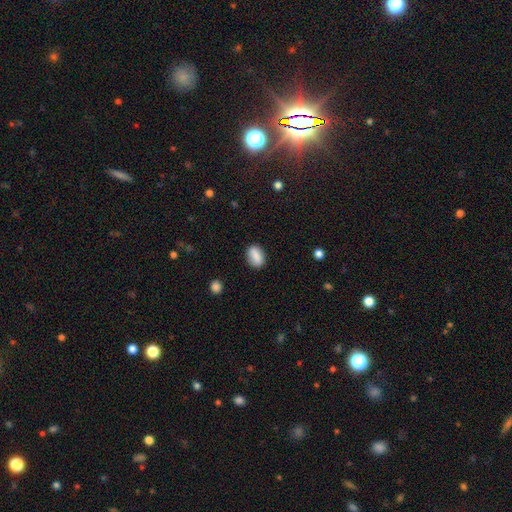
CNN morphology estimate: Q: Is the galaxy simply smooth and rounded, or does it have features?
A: smooth — 85%.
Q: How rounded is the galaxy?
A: in between — 82%.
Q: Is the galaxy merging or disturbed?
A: none — 84%.